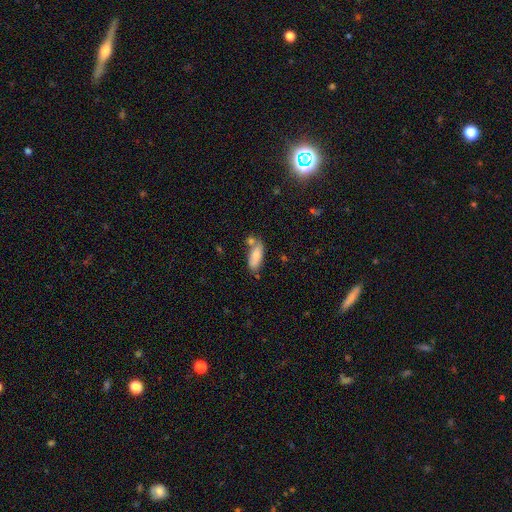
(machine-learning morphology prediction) This is clearly a smooth galaxy (80%). How rounded: likely in between (72%). Merging: likely none (62%).